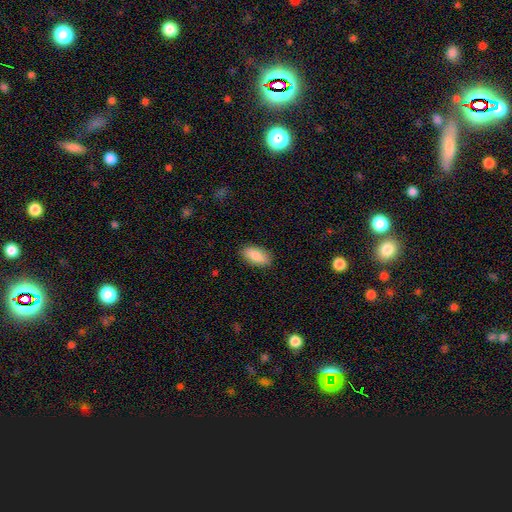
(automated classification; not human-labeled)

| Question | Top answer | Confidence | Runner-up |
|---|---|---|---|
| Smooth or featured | smooth | 87% | featured or disk (6%) |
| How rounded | in between | 90% | cigar-shaped (8%) |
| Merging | none | 88% | minor disturbance (9%) |